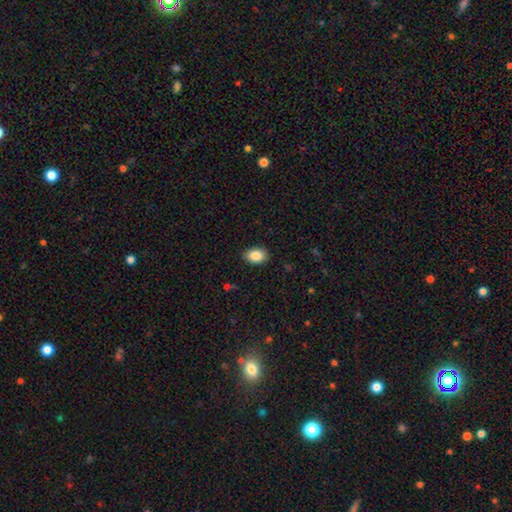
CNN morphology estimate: A smooth galaxy with no disk features (87%) that is in between round and cigar-shaped (85%). Merging: none (89%).